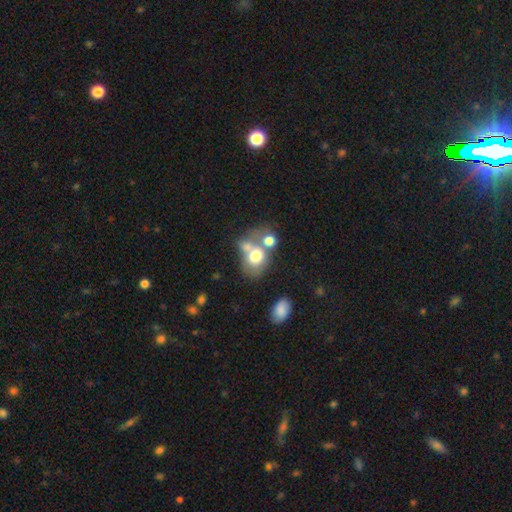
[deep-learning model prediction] smooth_or_featured: smooth (p=0.67) [alt: featured or disk p=0.23]
how_rounded: round (p=0.50) [alt: in between p=0.49]
merging: merger (p=0.54) [alt: none p=0.24]